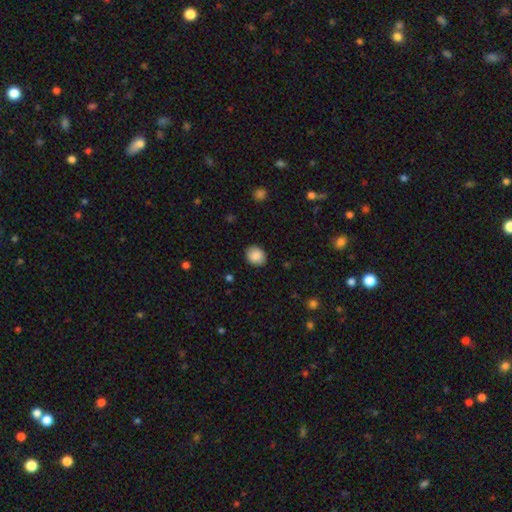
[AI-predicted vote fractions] smooth 88%, star or artifact 8%, featured or disk 4%. Down the decision tree: how rounded — round (63%); merging — none (87%).